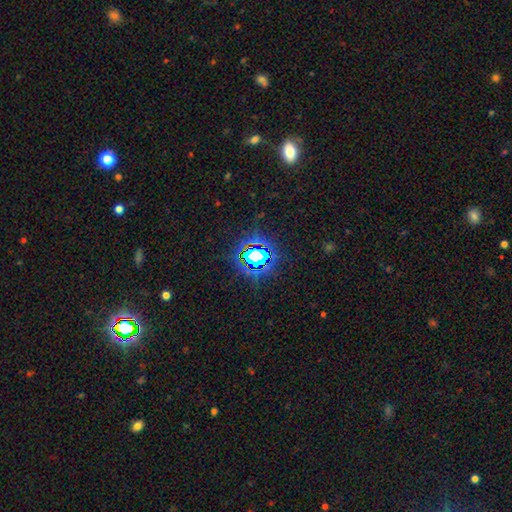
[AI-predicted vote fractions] Smooth or featured: star or artifact — 75% (smooth — 15%)